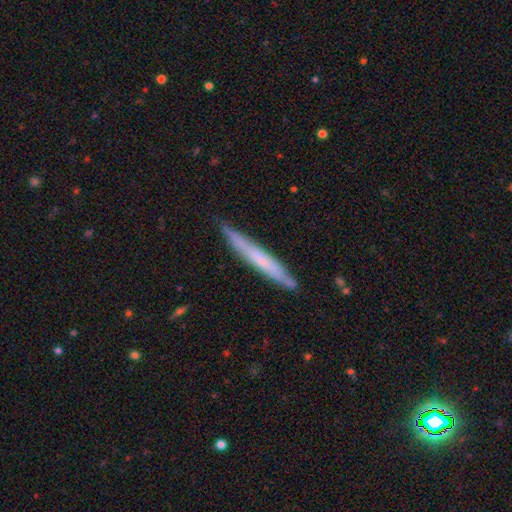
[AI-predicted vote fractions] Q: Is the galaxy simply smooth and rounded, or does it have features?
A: smooth — 53%.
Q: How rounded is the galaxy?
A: cigar-shaped — 96%.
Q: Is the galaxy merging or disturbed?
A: none — 84%.